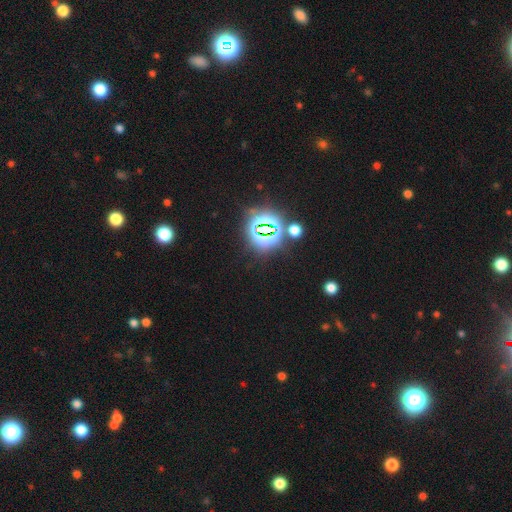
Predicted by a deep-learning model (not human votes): Overall: star or artifact (82%).